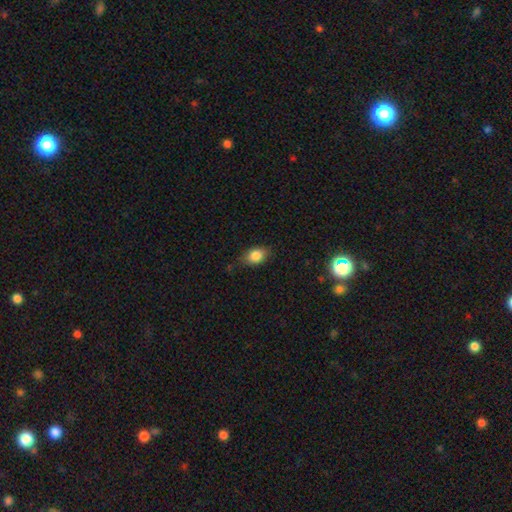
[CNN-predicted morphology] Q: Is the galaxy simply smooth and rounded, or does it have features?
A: smooth — 84%.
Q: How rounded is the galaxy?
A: in between — 78%.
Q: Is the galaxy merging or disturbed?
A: none — 74%.